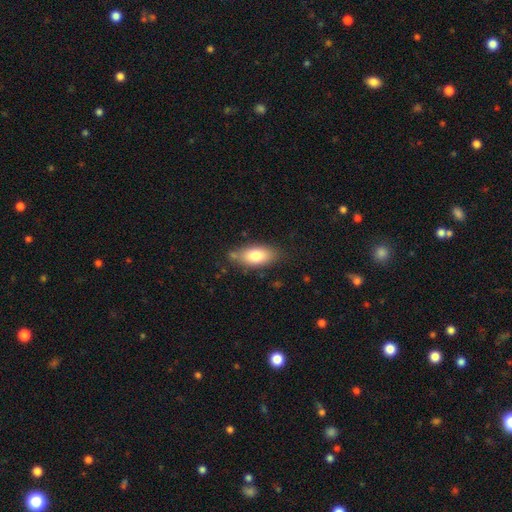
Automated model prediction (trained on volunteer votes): Smooth or featured? Predicted: smooth (p=0.78). How rounded? Predicted: in between (p=0.87). Merging? Predicted: none (p=0.73).